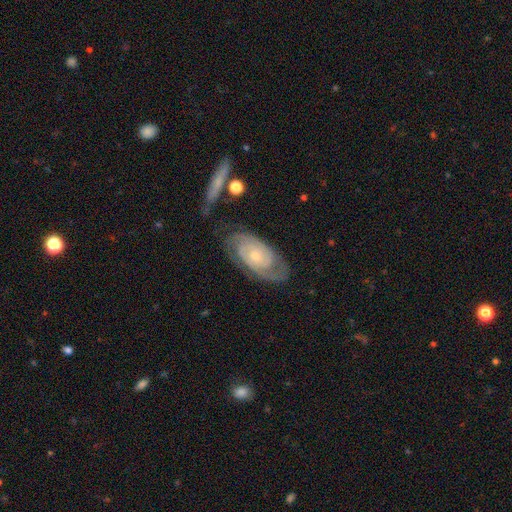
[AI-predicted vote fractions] Smooth or featured?
  - featured or disk: 82% *
  - smooth: 12%
  - star or artifact: 6%
Edge-on disk?
  - no: 95% *
  - yes: 5%
Bar?
  - no: 75% *
  - weak: 21%
  - strong: 5%
Spiral arms?
  - yes: 94% *
  - no: 6%
Spiral winding?
  - tight: 68% *
  - medium: 26%
  - loose: 6%
Spiral arm count?
  - 2: 60% *
  - can't tell: 23%
  - 3: 8%
  - 1: 4%
  - 4: 3%
  - more than 4: 2%
Bulge size?
  - small: 68% *
  - moderate: 27%
  - none: 2%
  - large: 2%
  - dominant: 1%
Merging?
  - none: 70% *
  - minor disturbance: 19%
  - major disturbance: 9%
  - merger: 2%